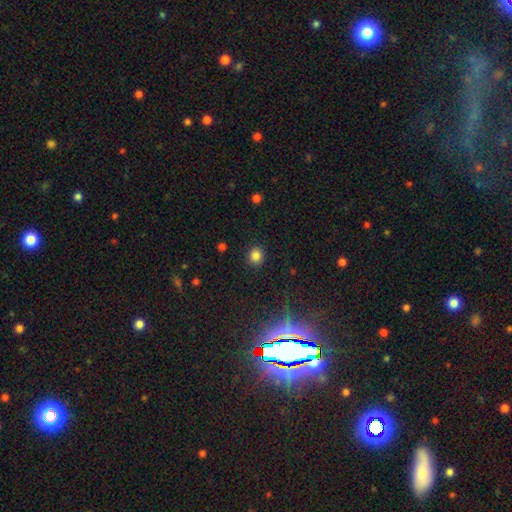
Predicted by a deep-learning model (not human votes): Smooth or featured: smooth — 82% (star or artifact — 13%)
How rounded: round — 86% (in between — 13%)
Merging: none — 90% (minor disturbance — 6%)